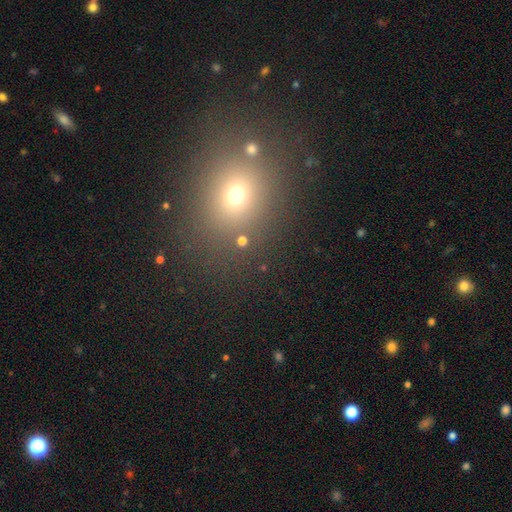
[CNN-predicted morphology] This appears to be a smooth galaxy with no disk features (56%) that is round (68%). Merging: none (84%).